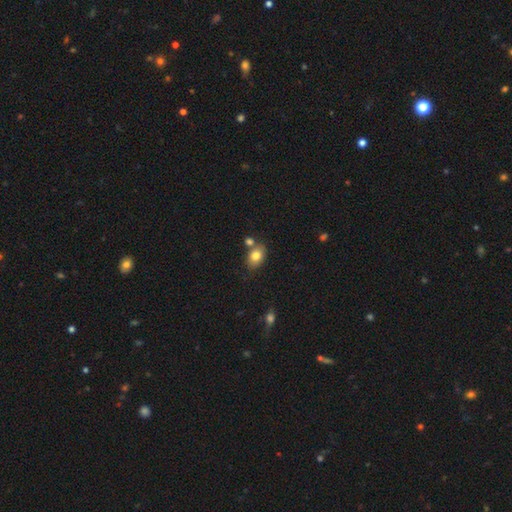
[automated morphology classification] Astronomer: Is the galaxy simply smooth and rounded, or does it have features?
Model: smooth — 80%.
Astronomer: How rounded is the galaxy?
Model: in between — 75%.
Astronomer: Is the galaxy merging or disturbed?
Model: none — 64%.